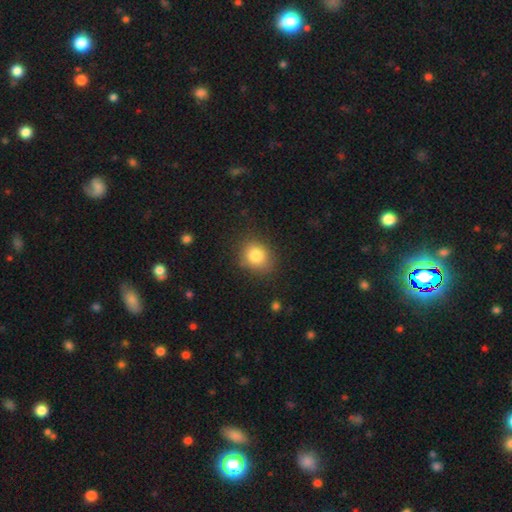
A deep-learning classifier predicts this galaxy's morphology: smooth_or_featured: smooth (p=0.82) [alt: star or artifact p=0.10]
how_rounded: round (p=0.65) [alt: in between p=0.34]
merging: none (p=0.83) [alt: minor disturbance p=0.12]